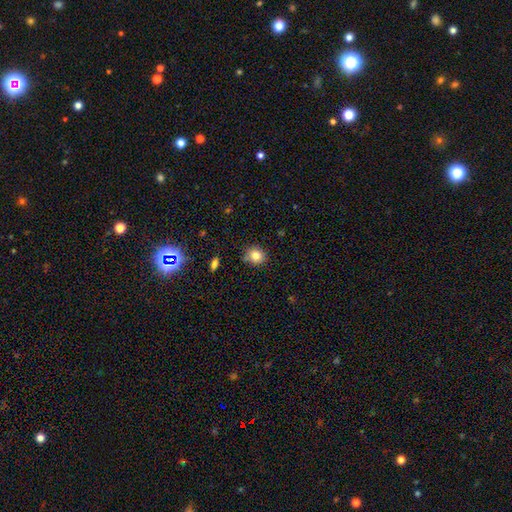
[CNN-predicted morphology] A smooth galaxy with no disk features (80%) that is round (83%).

Vote fractions:
- Smooth or featured? smooth: 80% / star or artifact: 11% / featured or disk: 8%
- How rounded? round: 83% / in between: 16% / cigar-shaped: 1%
- Merging? none: 84% / minor disturbance: 11% / merger: 3% / major disturbance: 2%